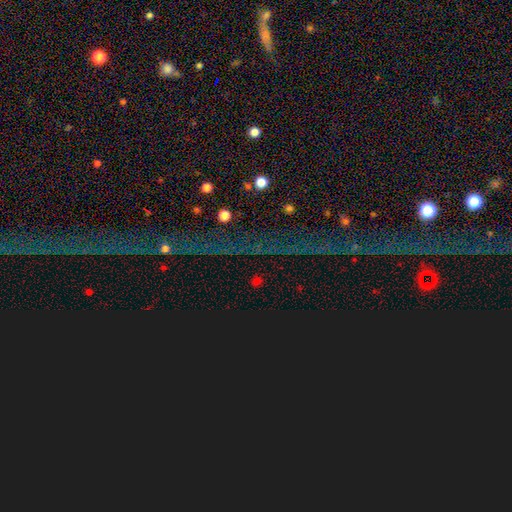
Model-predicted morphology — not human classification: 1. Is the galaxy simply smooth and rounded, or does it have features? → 87% star or artifact, 7% featured or disk, 6% smooth.